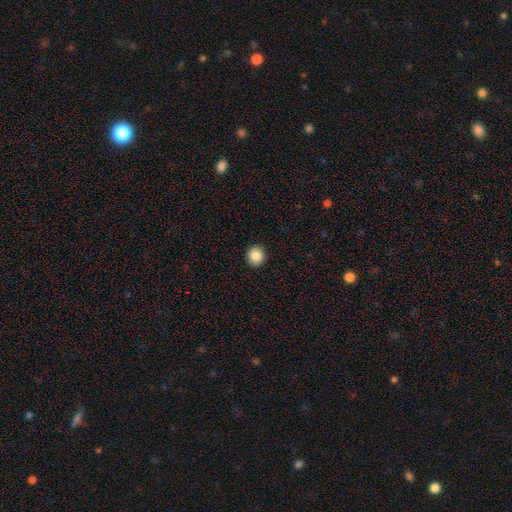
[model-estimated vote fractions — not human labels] The model was most divided on "how rounded": round: 81%, in between: 18%, cigar-shaped: 1%. More confident: merging — none (92%); smooth or featured — smooth (87%).